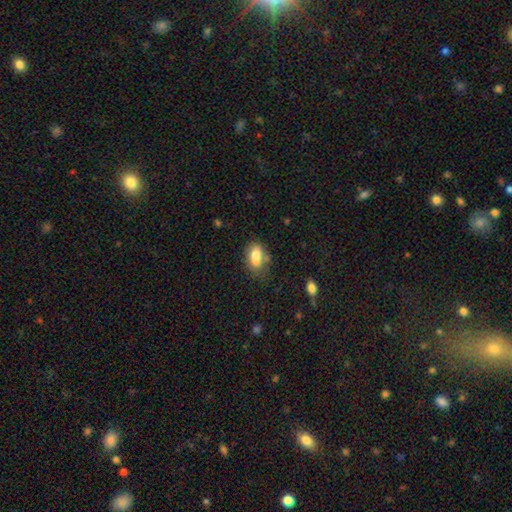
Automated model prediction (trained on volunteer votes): smooth-or-featured: smooth: 73% | featured or disk: 18% | star or artifact: 9%
  how-rounded: in between: 84% | round: 13% | cigar-shaped: 3%
  merging: none: 44% | merger: 25% | minor disturbance: 22% | major disturbance: 8%